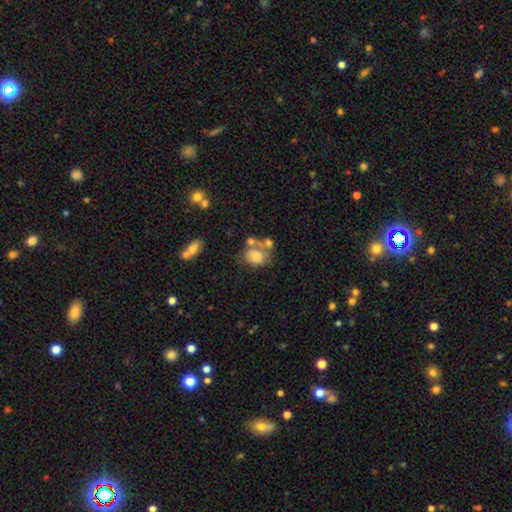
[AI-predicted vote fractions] Smooth or featured? smooth (68%)
How rounded? in between (53%)
Merging? none (36%)